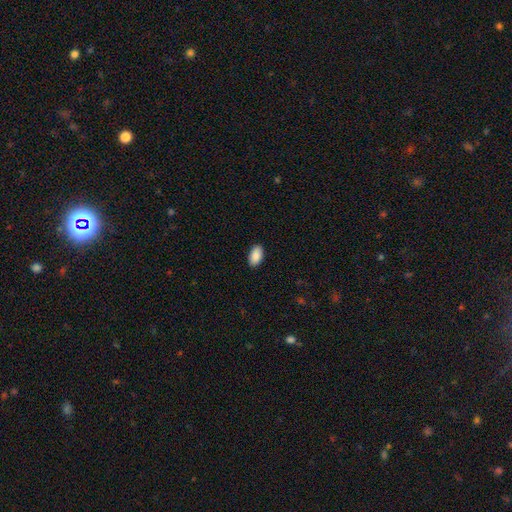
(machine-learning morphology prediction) Q: Smooth or featured?
A: smooth (91%); runner-up: star or artifact (6%)
Q: How rounded?
A: in between (95%); runner-up: round (3%)
Q: Merging?
A: none (89%); runner-up: minor disturbance (8%)